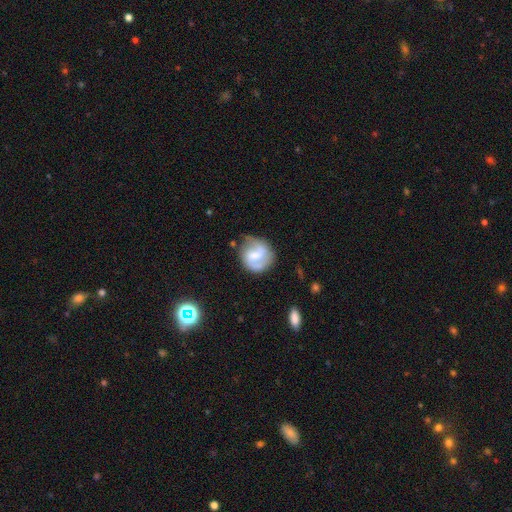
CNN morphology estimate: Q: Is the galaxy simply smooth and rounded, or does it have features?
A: featured or disk — 62%.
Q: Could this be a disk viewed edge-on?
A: no — 98%.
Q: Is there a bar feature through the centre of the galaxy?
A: weak — 52%.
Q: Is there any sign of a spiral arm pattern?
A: yes — 83%.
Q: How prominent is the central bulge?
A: moderate — 40%.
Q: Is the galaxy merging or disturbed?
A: none — 61%.